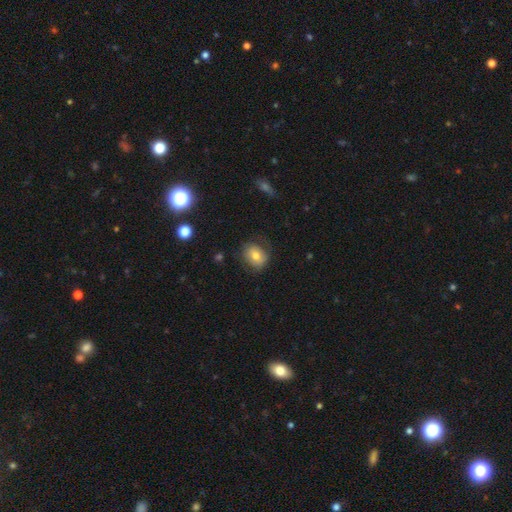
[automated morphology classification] This is likely a smooth galaxy (67%). How rounded: possibly round (55%). Merging: likely none (64%).